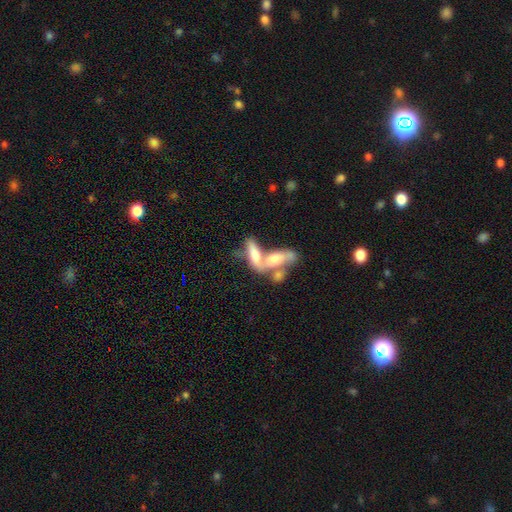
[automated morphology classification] Smooth or featured? smooth (57%)
How rounded? in between (58%)
Merging? merger (67%)